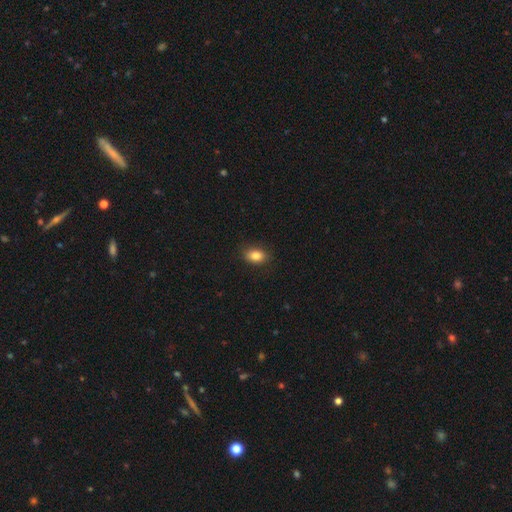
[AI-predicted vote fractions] smooth_or_featured: smooth (p=0.85) [alt: star or artifact p=0.09]
how_rounded: in between (p=0.80) [alt: round p=0.18]
merging: none (p=0.87) [alt: minor disturbance p=0.10]